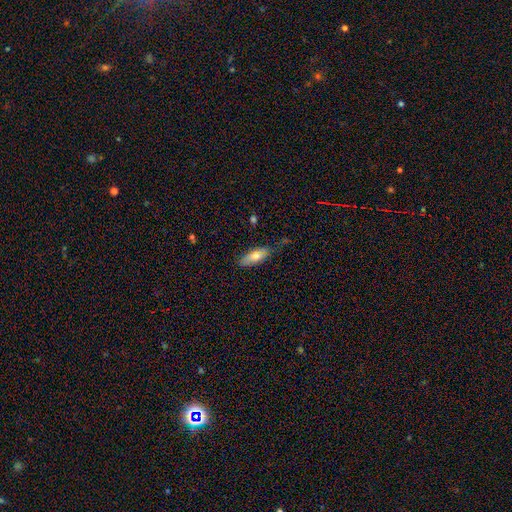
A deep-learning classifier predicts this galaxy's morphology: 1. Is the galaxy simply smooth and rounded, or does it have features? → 73% smooth, 20% featured or disk, 7% star or artifact.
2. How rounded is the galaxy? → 69% in between, 29% cigar-shaped, 2% round.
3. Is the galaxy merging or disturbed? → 63% none, 27% minor disturbance, 7% major disturbance, 2% merger.